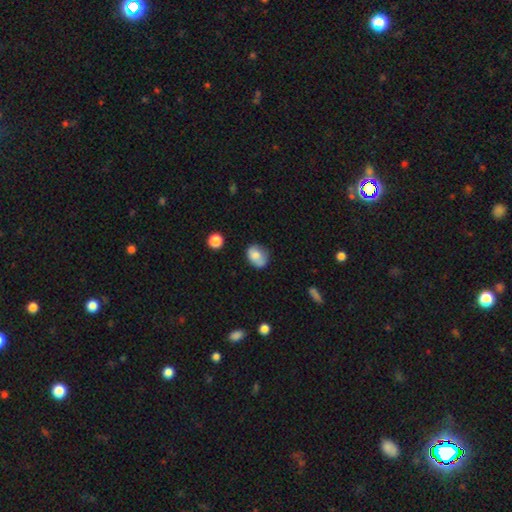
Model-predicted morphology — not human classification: Overall: smooth (75%). How rounded: in between (56%; round 43%). Merging: none (55%; minor disturbance 29%).